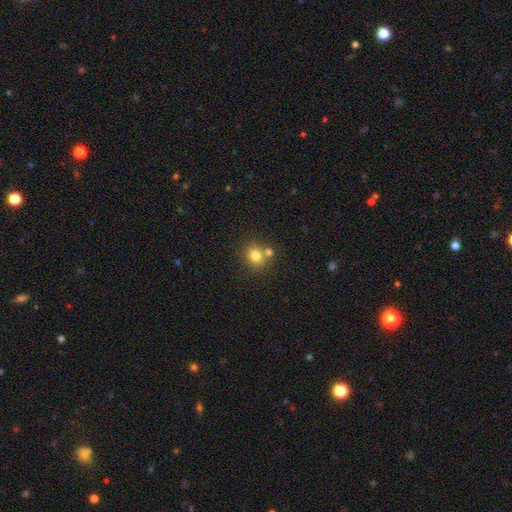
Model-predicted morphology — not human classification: Smooth or featured?
  - smooth: 79% *
  - star or artifact: 12%
  - featured or disk: 9%
How rounded?
  - round: 77% *
  - in between: 22%
  - cigar-shaped: 1%
Merging?
  - none: 63% *
  - merger: 25%
  - minor disturbance: 9%
  - major disturbance: 3%